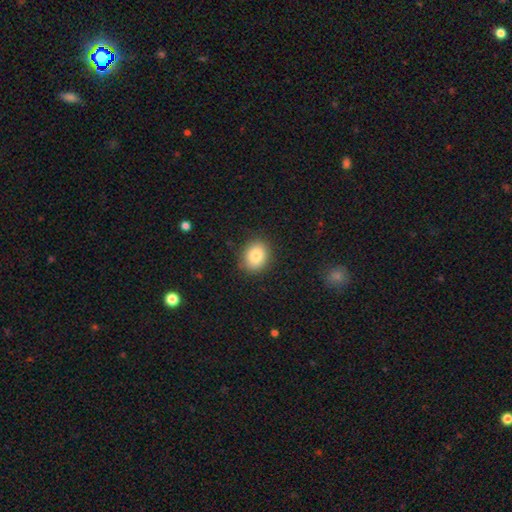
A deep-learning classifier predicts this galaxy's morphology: type=smooth (84%); roundness=round (56%); merging=none (87%).